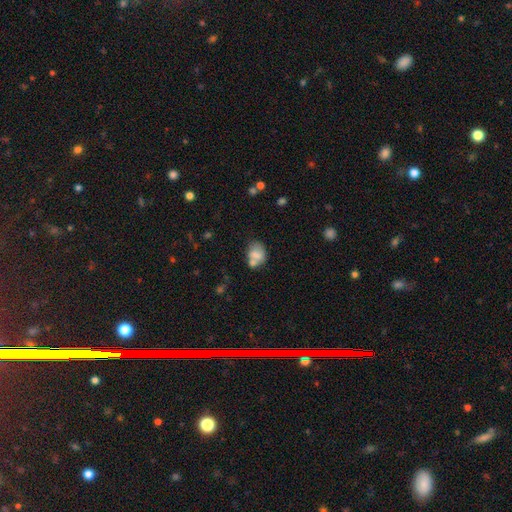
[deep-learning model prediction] Smooth or featured? Predicted: smooth (p=0.69). How rounded? Predicted: in between (p=0.59). Merging? Predicted: none (p=0.40).